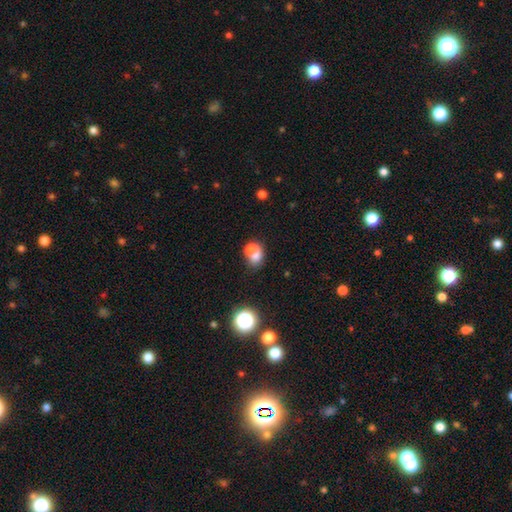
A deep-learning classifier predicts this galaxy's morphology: Q: Smooth or featured?
A: smooth (67%); runner-up: featured or disk (20%)
Q: How rounded?
A: round (58%); runner-up: in between (41%)
Q: Merging?
A: merger (62%); runner-up: none (25%)